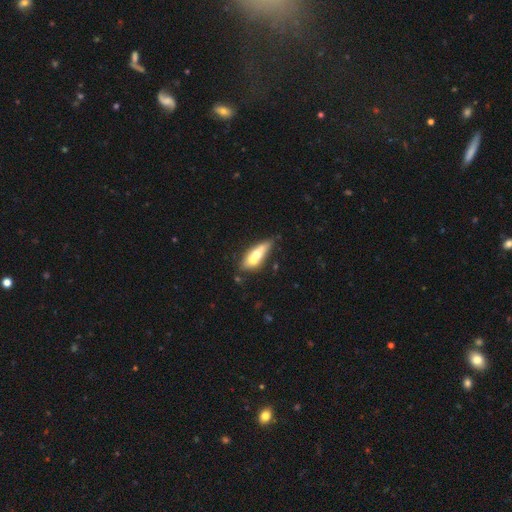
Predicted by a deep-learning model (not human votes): Morphology: type=smooth (53%); roundness=in between (55%); merging=merger (40%).